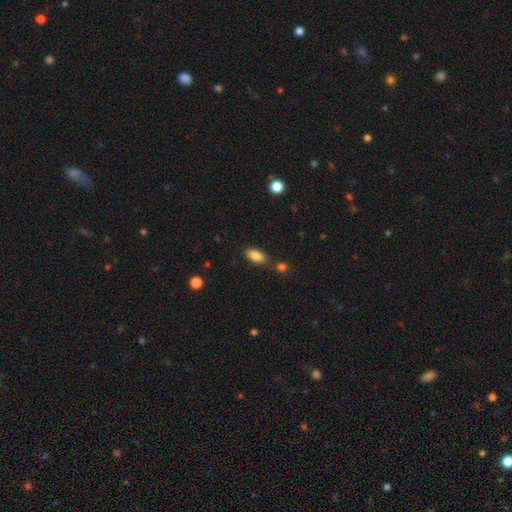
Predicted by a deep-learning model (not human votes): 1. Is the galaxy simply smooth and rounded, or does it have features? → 85% smooth, 8% star or artifact, 6% featured or disk.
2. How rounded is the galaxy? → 89% in between, 8% cigar-shaped, 4% round.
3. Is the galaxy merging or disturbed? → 69% none, 14% minor disturbance, 13% merger, 4% major disturbance.